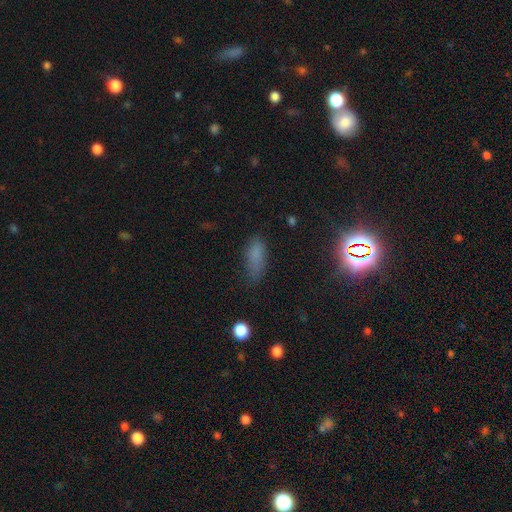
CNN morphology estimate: The model was most divided on "merging": none: 63%, minor disturbance: 26%, major disturbance: 9%, merger: 2%. More confident: how rounded — in between (74%); smooth or featured — smooth (72%).